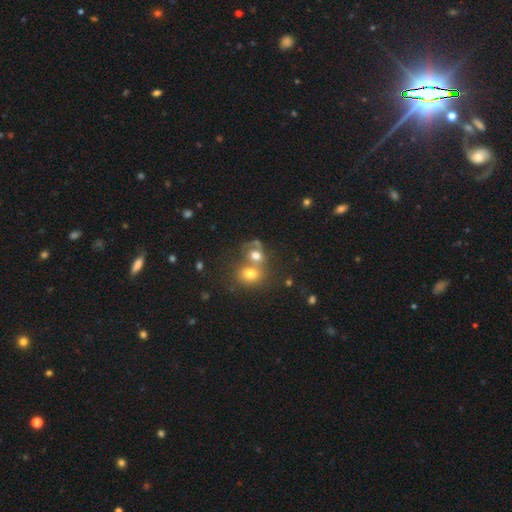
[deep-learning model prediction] Smooth or featured? smooth (66%)
How rounded? round (51%)
Merging? merger (64%)